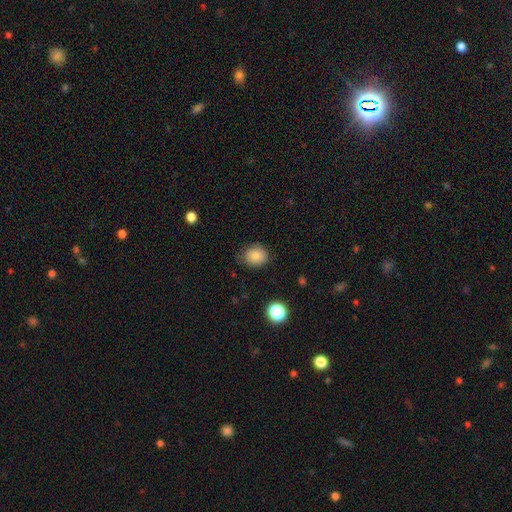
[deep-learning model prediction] The model was most divided on "how rounded": round: 62%, in between: 38%, cigar-shaped: 1%. More confident: smooth or featured — smooth (81%); merging — none (72%).